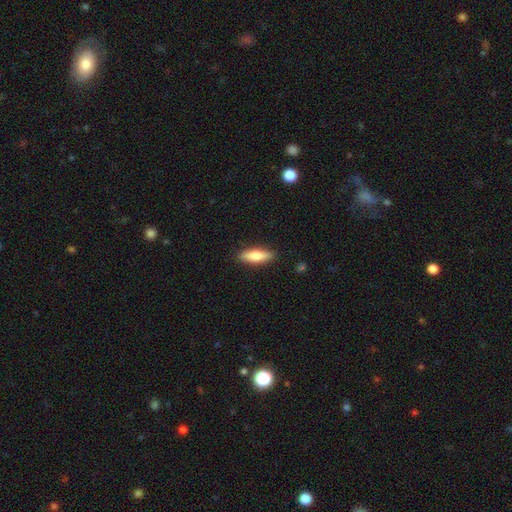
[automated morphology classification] Smooth or featured? Predicted: smooth (p=0.70). How rounded? Predicted: cigar-shaped (p=0.53). Merging? Predicted: none (p=0.89).